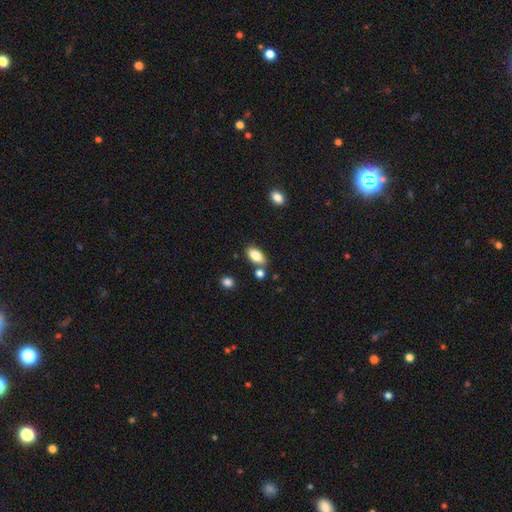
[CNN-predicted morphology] Smooth or featured? Predicted: smooth (p=0.80). How rounded? Predicted: in between (p=0.85). Merging? Predicted: none (p=0.74).